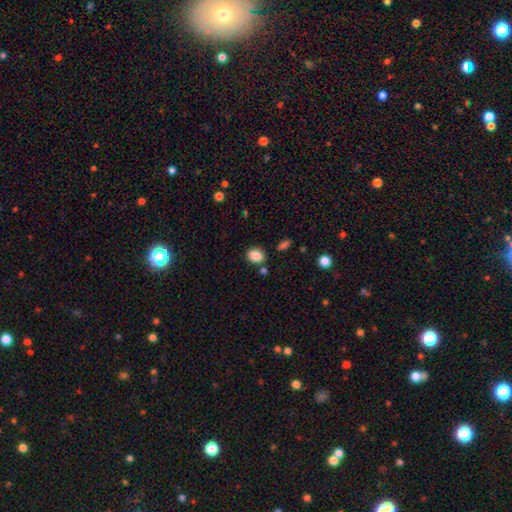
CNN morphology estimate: Overall: smooth (86%). How rounded: in between (55%; round 44%). Merging: none (80%).